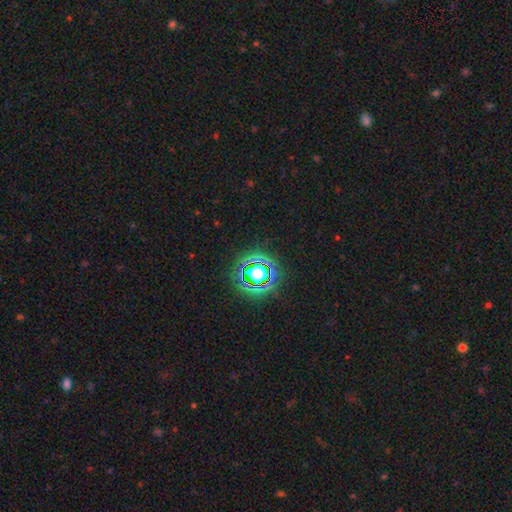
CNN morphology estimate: Smooth or featured: star or artifact — 81% (smooth — 13%)